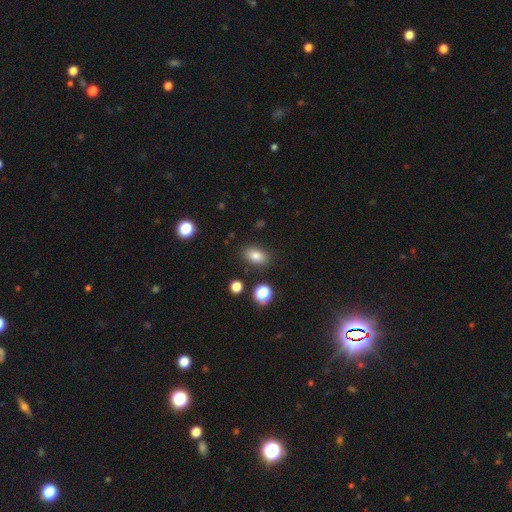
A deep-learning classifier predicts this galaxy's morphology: This is clearly a smooth galaxy (81%). How rounded: clearly in between (85%). Merging: clearly none (85%).